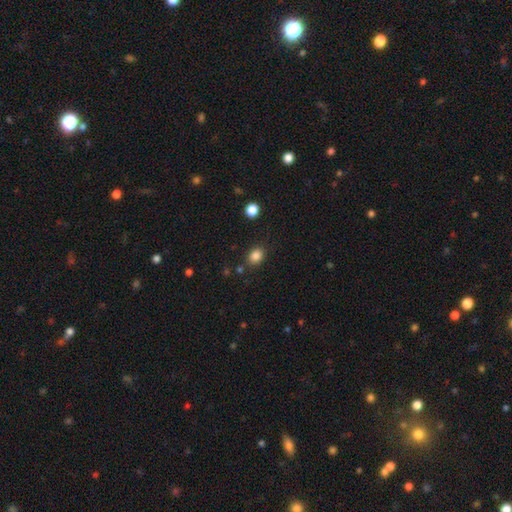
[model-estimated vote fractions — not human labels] Q: Smooth or featured?
A: smooth (85%); runner-up: star or artifact (11%)
Q: How rounded?
A: in between (52%); runner-up: round (47%)
Q: Merging?
A: none (82%); runner-up: minor disturbance (11%)